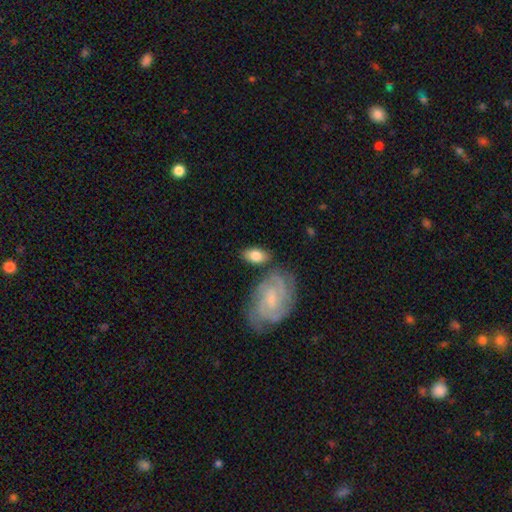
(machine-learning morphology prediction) This is likely a smooth galaxy (70%). How rounded: clearly in between (90%). Merging: likely none (70%).